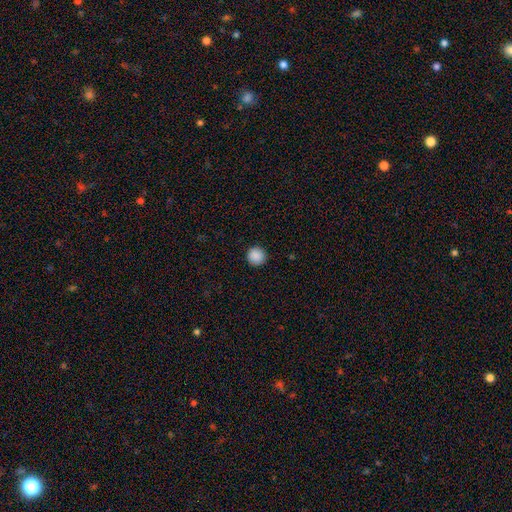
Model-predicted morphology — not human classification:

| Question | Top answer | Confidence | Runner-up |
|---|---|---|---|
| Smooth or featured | smooth | 89% | star or artifact (9%) |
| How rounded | round | 95% | in between (4%) |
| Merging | none | 93% | minor disturbance (5%) |